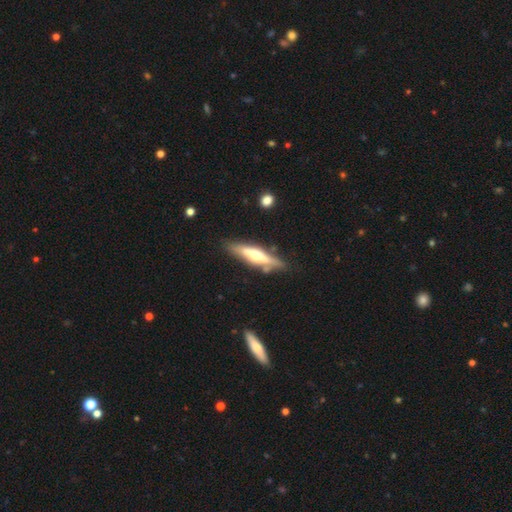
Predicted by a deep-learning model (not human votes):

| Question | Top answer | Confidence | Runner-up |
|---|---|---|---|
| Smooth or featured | featured or disk | 60% | smooth (35%) |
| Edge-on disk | yes | 88% | no (12%) |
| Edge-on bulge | rounded | 85% | boxy (8%) |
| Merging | none | 76% | minor disturbance (15%) |